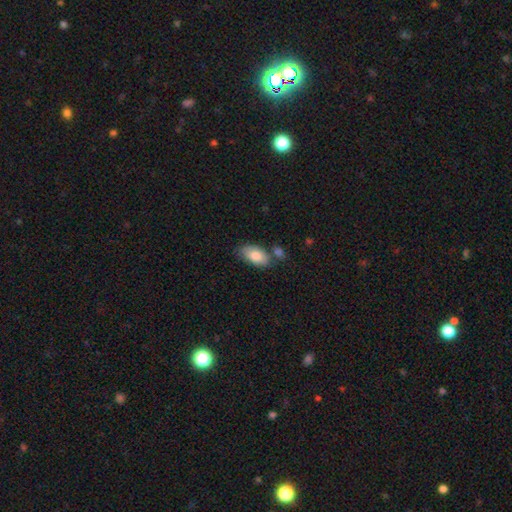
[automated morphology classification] type=smooth (80%); roundness=in between (93%); merging=none (62%).